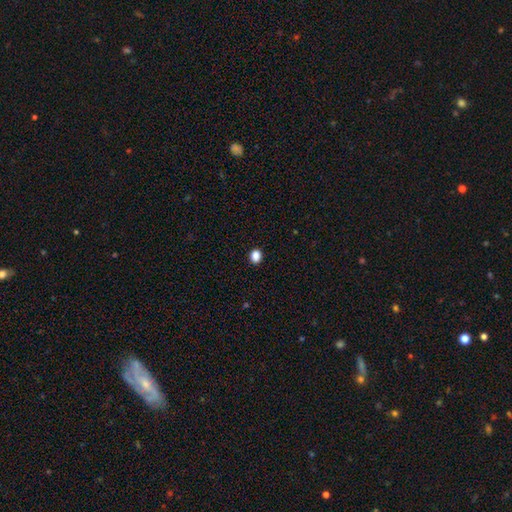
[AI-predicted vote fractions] Morphology: type=smooth (87%); roundness=round (56%); merging=none (92%).